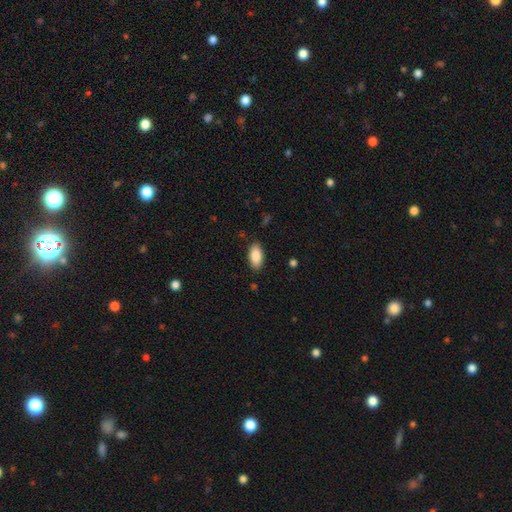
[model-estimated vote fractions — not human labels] This is clearly a smooth galaxy (88%). How rounded: clearly in between (92%). Merging: clearly none (86%).